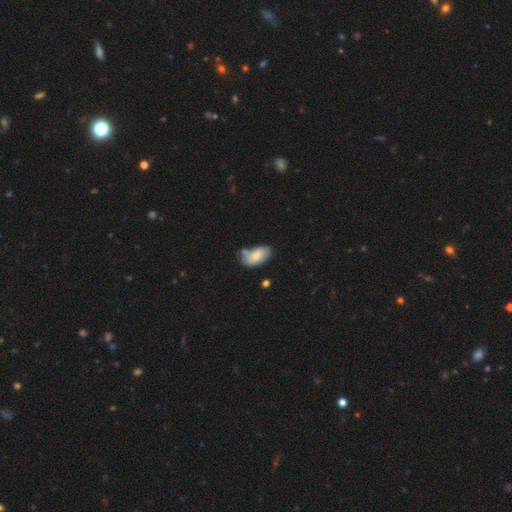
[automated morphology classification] Smooth or featured? smooth (81%)
How rounded? in between (94%)
Merging? none (56%)